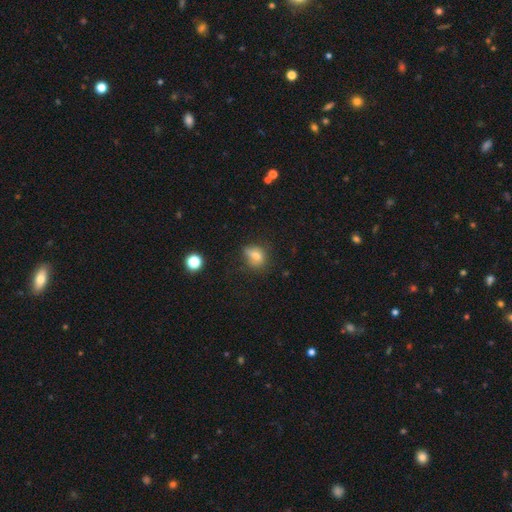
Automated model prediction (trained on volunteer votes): smooth-or-featured: smooth: 74% | star or artifact: 13% | featured or disk: 13%
  how-rounded: in between: 53% | round: 45% | cigar-shaped: 2%
  merging: none: 54% | minor disturbance: 31% | major disturbance: 11% | merger: 4%